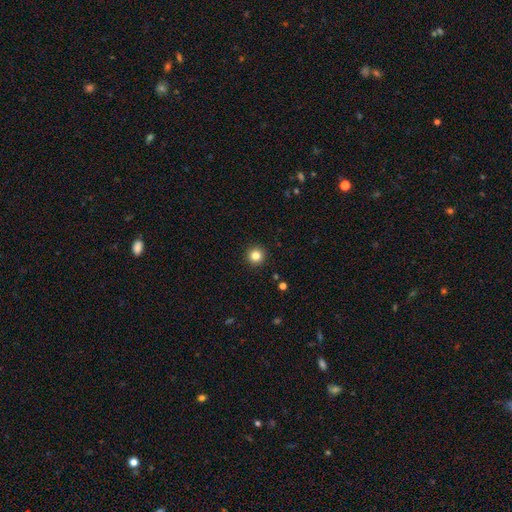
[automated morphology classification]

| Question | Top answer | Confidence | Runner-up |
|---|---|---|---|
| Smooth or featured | smooth | 83% | star or artifact (12%) |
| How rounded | round | 96% | in between (3%) |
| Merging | none | 93% | minor disturbance (4%) |